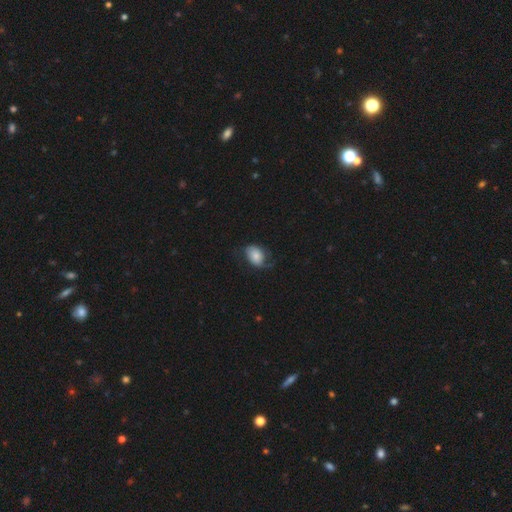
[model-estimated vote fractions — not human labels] Smooth or featured? smooth (63%)
How rounded? in between (79%)
Merging? none (54%)